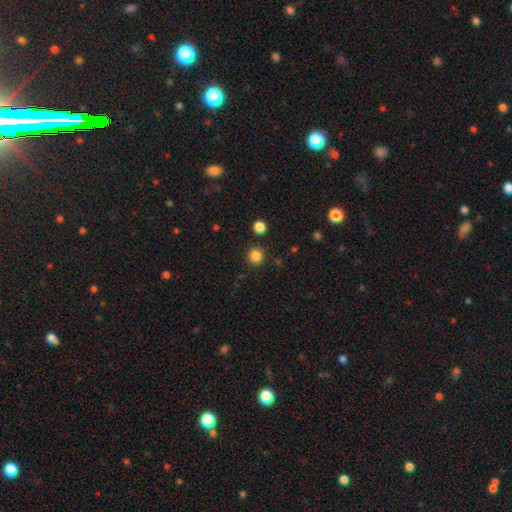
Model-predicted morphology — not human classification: Smooth or featured? Predicted: smooth (p=0.84). How rounded? Predicted: round (p=0.92). Merging? Predicted: none (p=0.89).